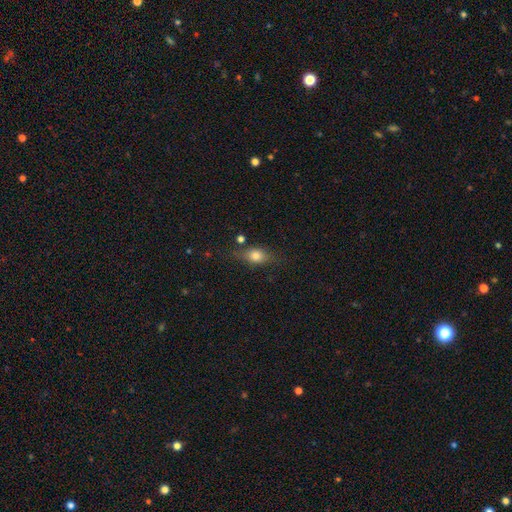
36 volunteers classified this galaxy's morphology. type=smooth (72%); roundness=in between (65%); merging=none (66%).